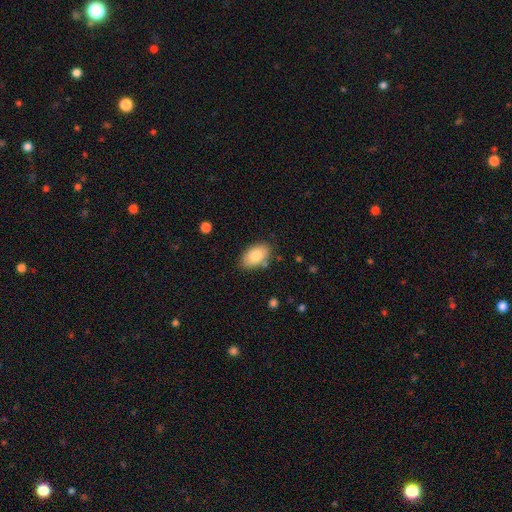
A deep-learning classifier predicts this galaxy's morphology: type=smooth (81%); roundness=in between (91%); merging=none (81%).